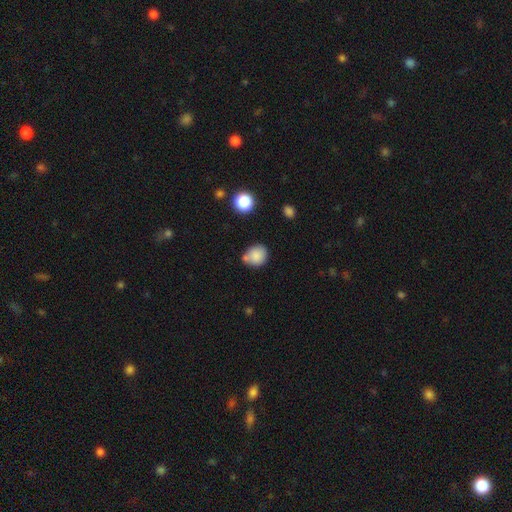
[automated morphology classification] This is clearly a smooth galaxy (84%). How rounded: likely round (76%). Merging: likely none (61%).